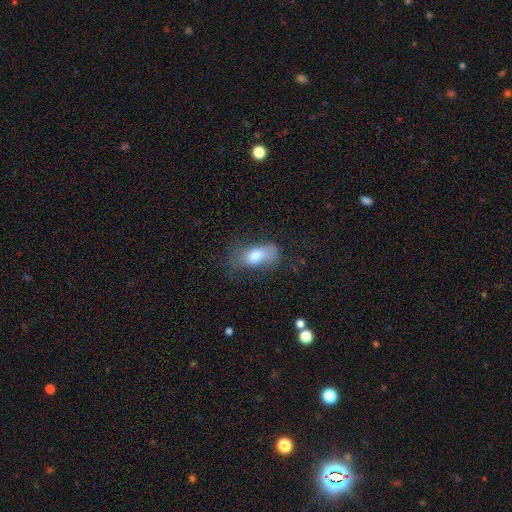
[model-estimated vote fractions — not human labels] Smooth or featured?
  - smooth: 70% *
  - featured or disk: 21%
  - star or artifact: 9%
How rounded?
  - in between: 86% *
  - cigar-shaped: 8%
  - round: 6%
Merging?
  - none: 37% *
  - minor disturbance: 31%
  - major disturbance: 29%
  - merger: 3%